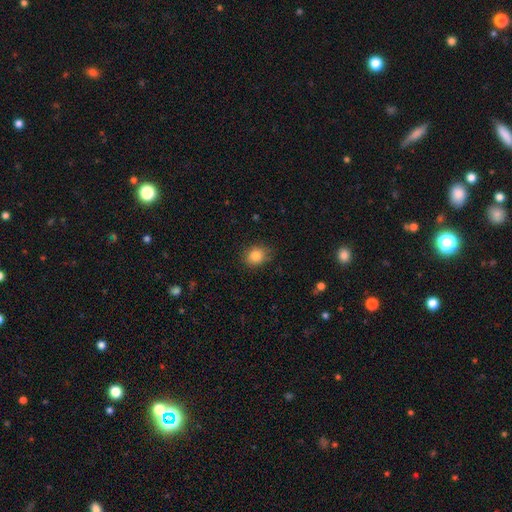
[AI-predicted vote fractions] Overall: smooth (84%). How rounded: round (68%; in between 31%). Merging: none (81%).